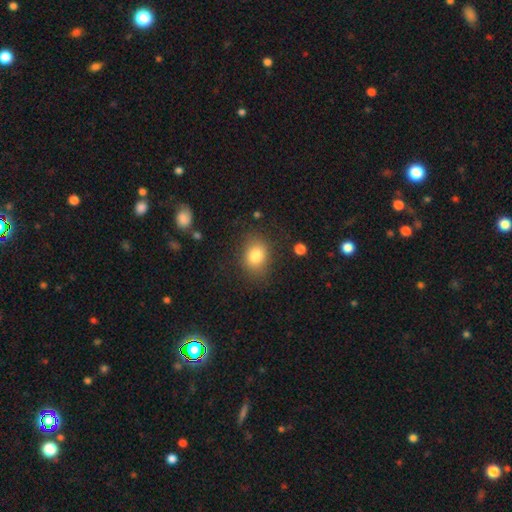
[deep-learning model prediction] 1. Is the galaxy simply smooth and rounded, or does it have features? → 80% smooth, 10% star or artifact, 9% featured or disk.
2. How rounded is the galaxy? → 52% in between, 47% round, 1% cigar-shaped.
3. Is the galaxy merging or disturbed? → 80% none, 14% minor disturbance, 5% major disturbance, 2% merger.